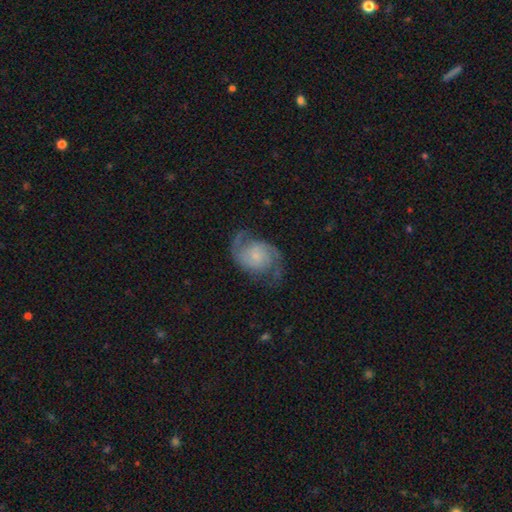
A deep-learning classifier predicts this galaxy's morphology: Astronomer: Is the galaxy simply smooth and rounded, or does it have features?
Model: featured or disk — 87%.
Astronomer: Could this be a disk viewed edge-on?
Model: no — 98%.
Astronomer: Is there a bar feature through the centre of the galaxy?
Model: no — 70%.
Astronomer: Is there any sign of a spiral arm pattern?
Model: yes — 97%.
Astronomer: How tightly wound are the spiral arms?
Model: medium — 53%.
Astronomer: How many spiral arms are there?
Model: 2 — 92%.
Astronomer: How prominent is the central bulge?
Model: small — 65%.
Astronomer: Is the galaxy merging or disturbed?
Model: none — 73%.